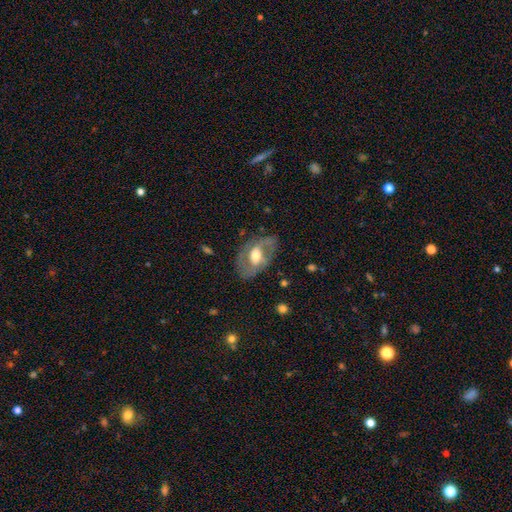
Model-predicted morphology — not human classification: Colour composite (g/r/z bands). It shows a featured or disk galaxy (67%) with a weak bar (39%), spiral arms (61%) and a moderate central bulge (68%). Merging: none (68%).